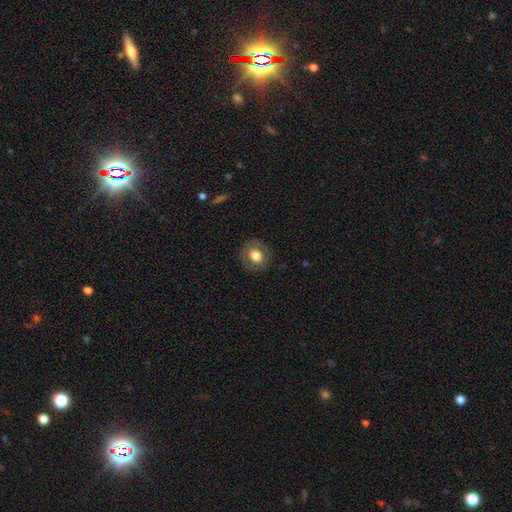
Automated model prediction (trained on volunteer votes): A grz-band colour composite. It shows a smooth galaxy with no disk features (70%) that is round (75%). Merging: none (86%).